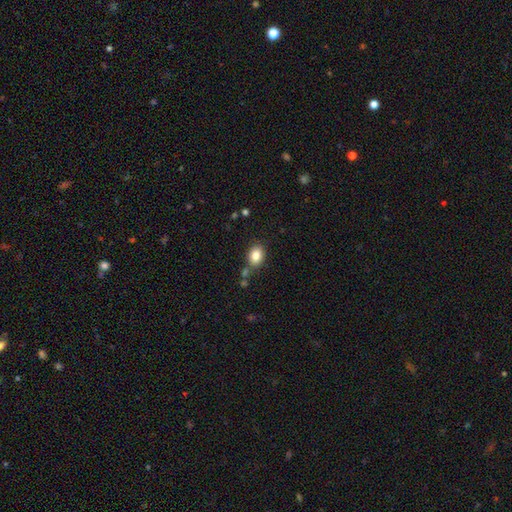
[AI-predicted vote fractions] Q: Smooth or featured?
A: smooth (84%); runner-up: star or artifact (9%)
Q: How rounded?
A: in between (67%); runner-up: round (32%)
Q: Merging?
A: none (77%); runner-up: minor disturbance (12%)